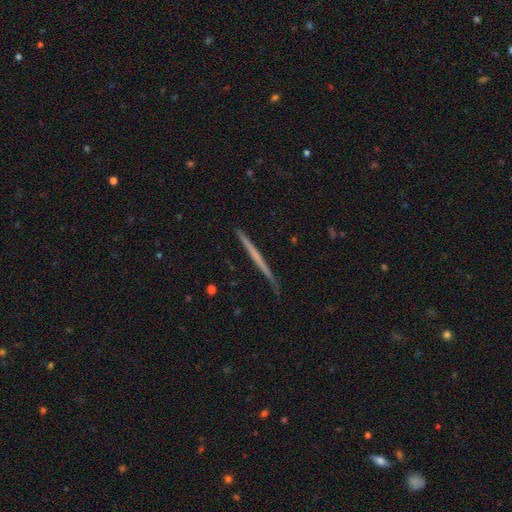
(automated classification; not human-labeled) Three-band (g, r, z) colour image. It shows a featured or disk galaxy (56%) viewed edge-on (98%) with no central bulge (90%). Merging: none (90%).